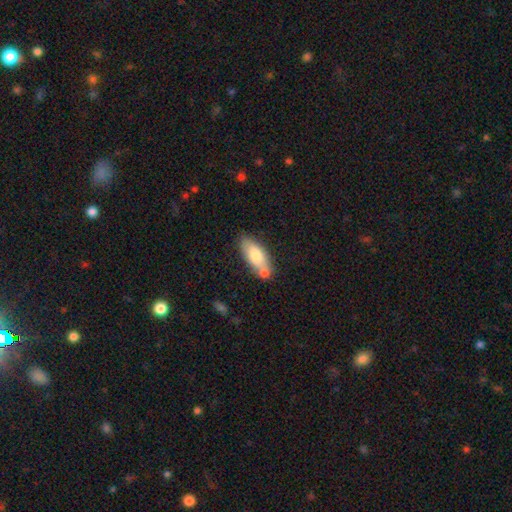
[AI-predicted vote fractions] A smooth galaxy with no disk features (77%) that is in between round and cigar-shaped (78%).

Vote fractions:
- Smooth or featured? smooth: 77% / featured or disk: 17% / star or artifact: 6%
- How rounded? in between: 78% / cigar-shaped: 20% / round: 2%
- Merging? none: 65% / minor disturbance: 16% / merger: 15% / major disturbance: 3%